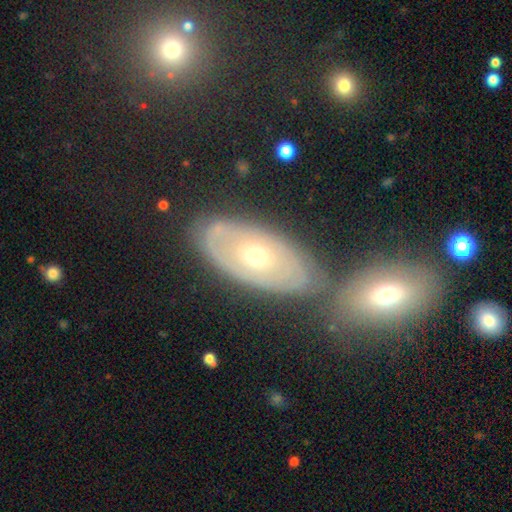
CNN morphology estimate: smooth-or-featured: featured or disk: 65% | smooth: 28% | star or artifact: 7%
  disk-edge-on: no: 90% | yes: 10%
    bar: no: 86% | weak: 11% | strong: 4%
    has-spiral-arms: yes: 51% | no: 49%
    bulge-size: small: 49% | moderate: 47% | large: 2% | dominant: 1% | none: 1%
  merging: none: 63% | minor disturbance: 17% | merger: 12% | major disturbance: 8%